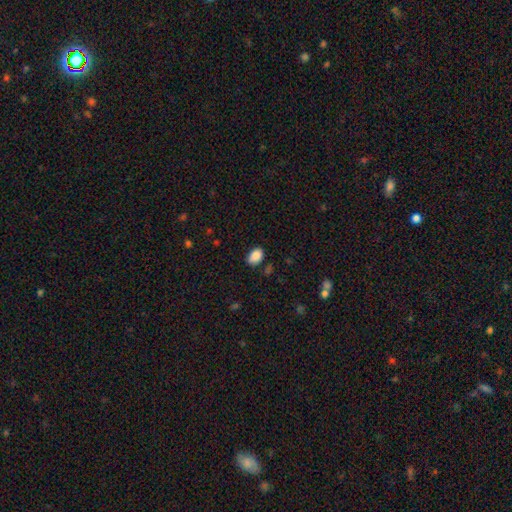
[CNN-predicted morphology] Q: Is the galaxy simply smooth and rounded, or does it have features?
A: smooth — 89%.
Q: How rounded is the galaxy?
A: in between — 86%.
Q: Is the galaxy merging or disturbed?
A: none — 81%.